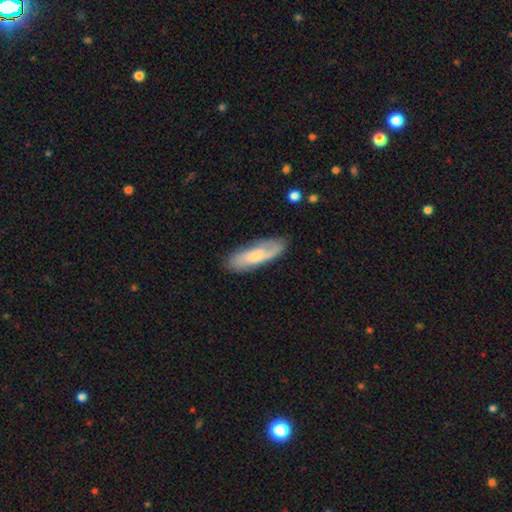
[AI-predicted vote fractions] A smooth galaxy with no disk features (55%) that is in between round and cigar-shaped (56%).

Vote fractions:
- Smooth or featured? smooth: 55% / featured or disk: 38% / star or artifact: 6%
- How rounded? in between: 56% / cigar-shaped: 42% / round: 2%
- Merging? none: 76% / minor disturbance: 18% / major disturbance: 4% / merger: 2%